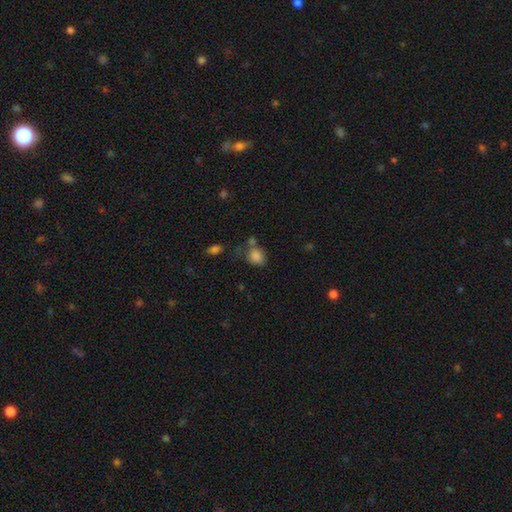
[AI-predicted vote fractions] smooth-or-featured: smooth: 83% | star or artifact: 11% | featured or disk: 6%
  how-rounded: round: 50% | in between: 49% | cigar-shaped: 1%
  merging: none: 52% | merger: 20% | minor disturbance: 19% | major disturbance: 9%